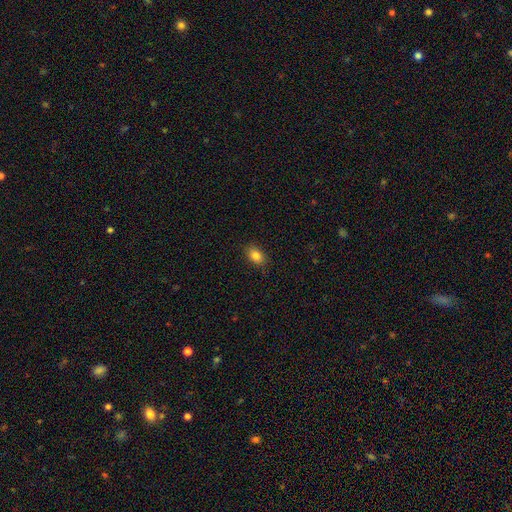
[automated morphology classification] type=smooth (84%); roundness=in between (80%); merging=none (87%).